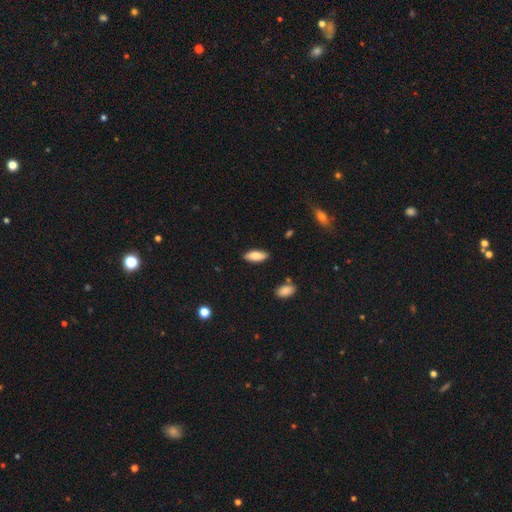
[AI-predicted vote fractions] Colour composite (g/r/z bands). It shows a smooth galaxy with no disk features (81%) that is in between round and cigar-shaped (79%). Merging: none (86%).